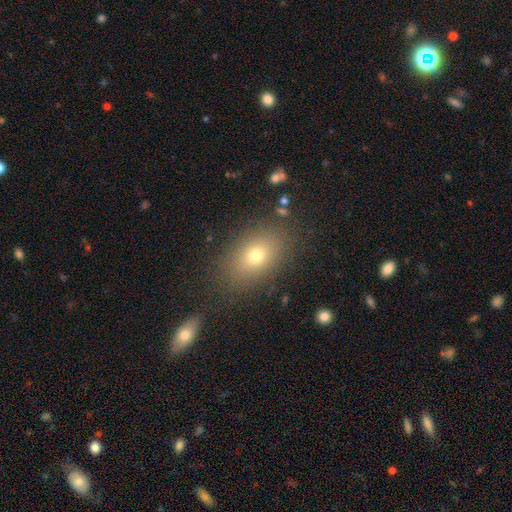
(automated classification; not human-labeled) This is likely a smooth galaxy (73%). How rounded: clearly in between (81%). Merging: clearly none (84%).